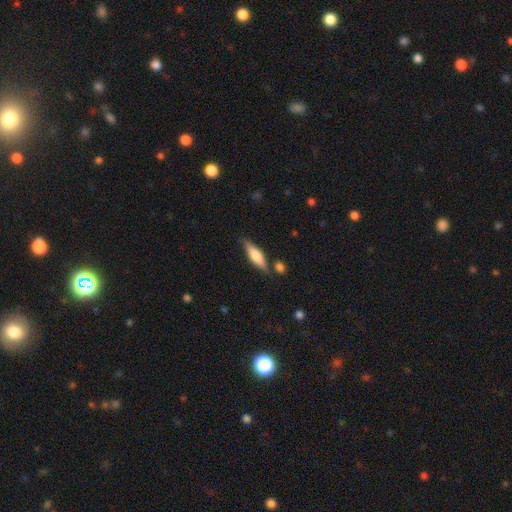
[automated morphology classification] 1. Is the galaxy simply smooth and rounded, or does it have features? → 53% smooth, 40% featured or disk, 6% star or artifact.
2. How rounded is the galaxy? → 58% cigar-shaped, 39% in between, 2% round.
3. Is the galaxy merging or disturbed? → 77% none, 14% minor disturbance, 6% merger, 3% major disturbance.